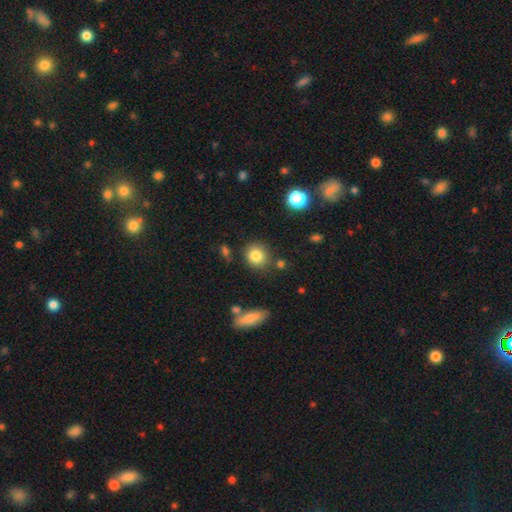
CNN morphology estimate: The model was most divided on "how rounded": round: 82%, in between: 17%, cigar-shaped: 1%. More confident: smooth or featured — smooth (82%); merging — none (80%).